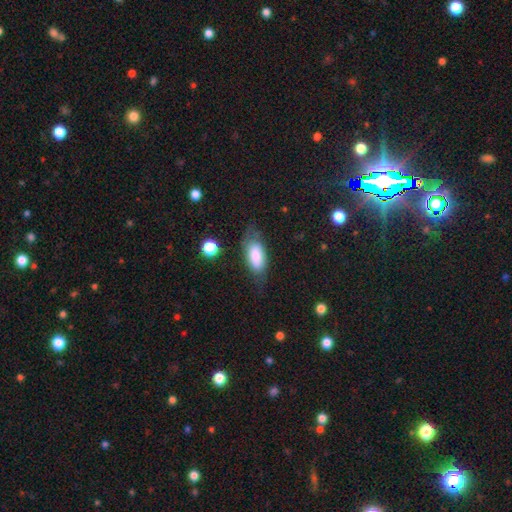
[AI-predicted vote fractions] This appears to be a smooth galaxy with no disk features (75%) that is in between round and cigar-shaped (87%). Merging: none (59%).